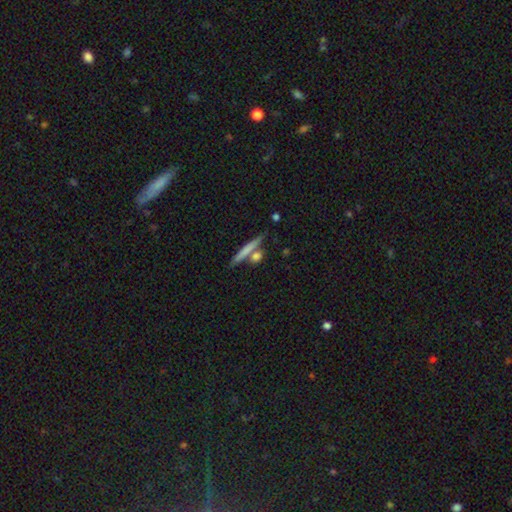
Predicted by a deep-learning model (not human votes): This appears to be a smooth galaxy with no disk features (67%) that is cigar-shaped (66%). Merging: none (66%).